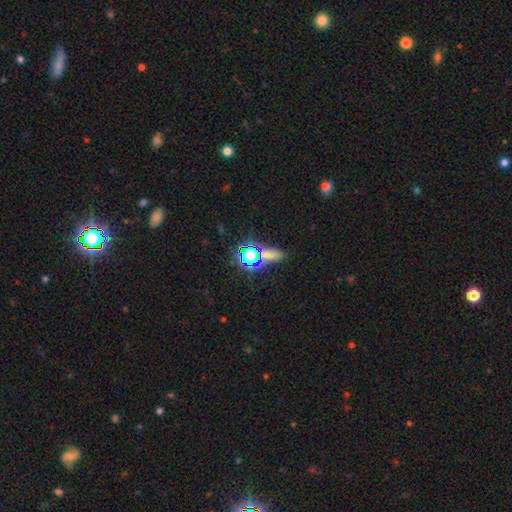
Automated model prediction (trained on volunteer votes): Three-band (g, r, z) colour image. It shows a star or artifact, not a galaxy (57%).